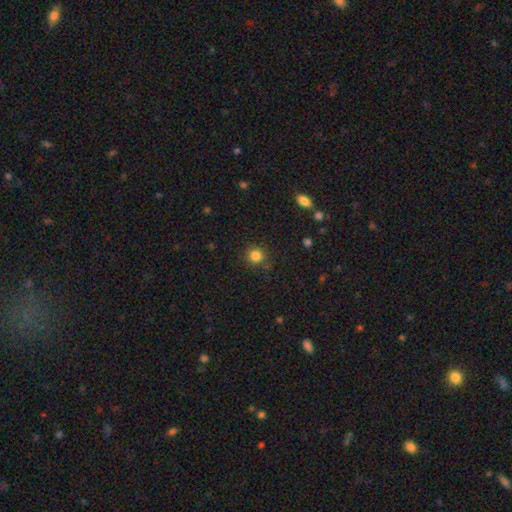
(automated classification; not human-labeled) The model was most divided on "smooth or featured": smooth: 83%, star or artifact: 12%, featured or disk: 4%. More confident: how rounded — round (92%); merging — none (86%).